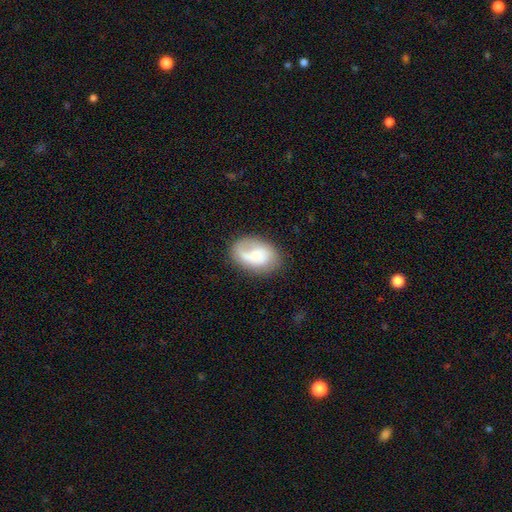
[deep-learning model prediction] Smooth or featured: smooth — 48% (featured or disk — 44%)
Merging: none — 61% (minor disturbance — 22%)